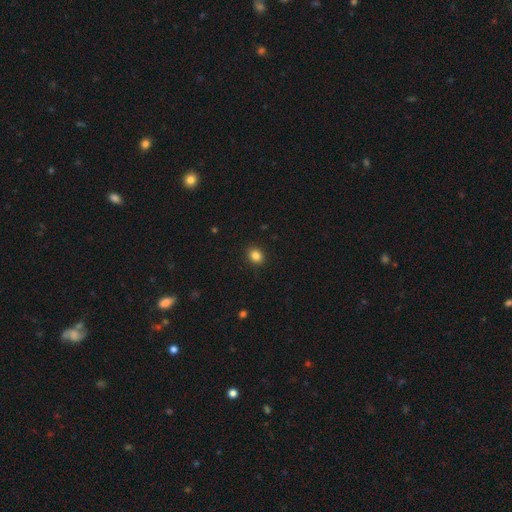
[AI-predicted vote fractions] This is clearly a smooth galaxy (85%). How rounded: possibly round (59%). Merging: clearly none (91%).